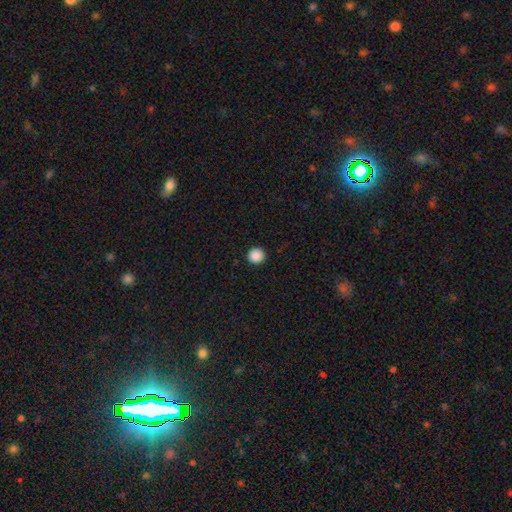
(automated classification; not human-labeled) Smooth or featured: smooth — 89% (star or artifact — 9%)
How rounded: round — 96% (in between — 3%)
Merging: none — 94% (minor disturbance — 4%)